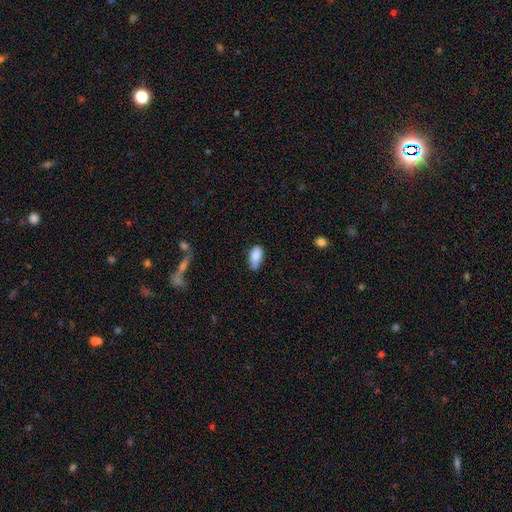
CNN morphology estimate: Overall: smooth (84%). How rounded: in between (90%). Merging: none (49%; minor disturbance 37%).